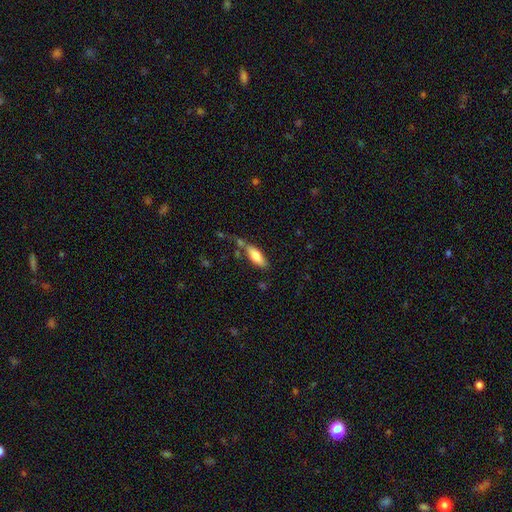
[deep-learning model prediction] Smooth or featured: smooth — 79% (featured or disk — 15%)
How rounded: in between — 71% (cigar-shaped — 27%)
Merging: none — 53% (minor disturbance — 23%)